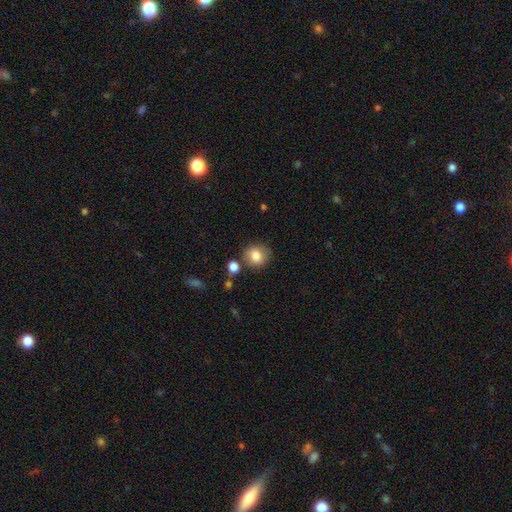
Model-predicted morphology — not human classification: This appears to be a smooth galaxy with no disk features (83%) that is round (83%). Merging: none (78%).